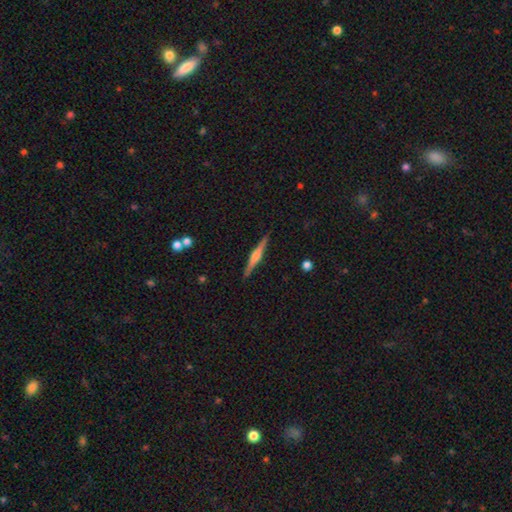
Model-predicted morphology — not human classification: featured or disk 74%, smooth 20%, star or artifact 6%. Down the decision tree: edge-on disk — yes (98%); edge-on bulge — rounded (78%); merging — none (91%).